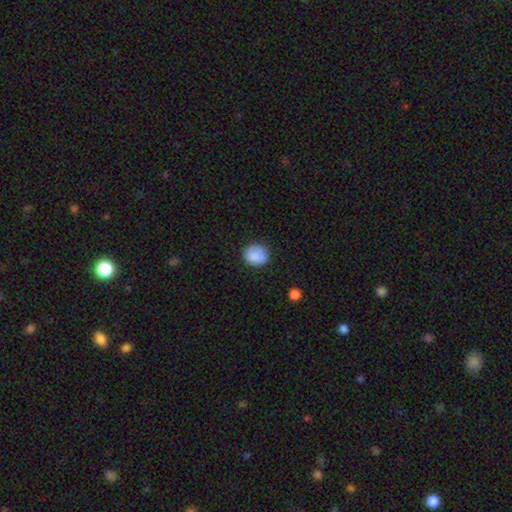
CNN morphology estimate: Smooth or featured? Predicted: smooth (p=0.87). How rounded? Predicted: round (p=0.71). Merging? Predicted: none (p=0.80).